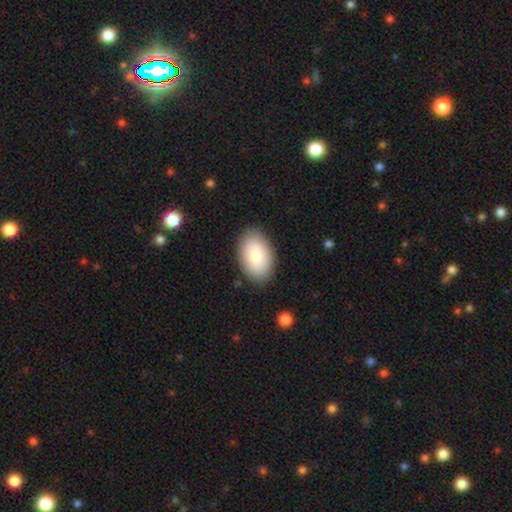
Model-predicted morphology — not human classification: Smooth or featured?
  - smooth: 80% *
  - featured or disk: 14%
  - star or artifact: 6%
How rounded?
  - in between: 92% *
  - round: 7%
  - cigar-shaped: 1%
Merging?
  - none: 86% *
  - minor disturbance: 10%
  - major disturbance: 3%
  - merger: 1%